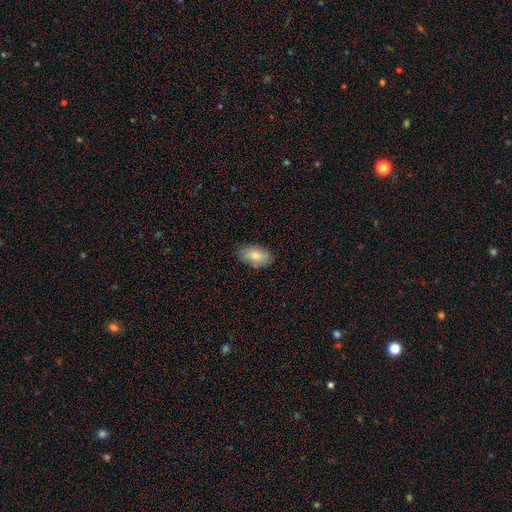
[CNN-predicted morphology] Smooth or featured?
  - smooth: 82% *
  - featured or disk: 12%
  - star or artifact: 7%
How rounded?
  - in between: 92% *
  - round: 6%
  - cigar-shaped: 2%
Merging?
  - none: 84% *
  - minor disturbance: 13%
  - major disturbance: 2%
  - merger: 1%